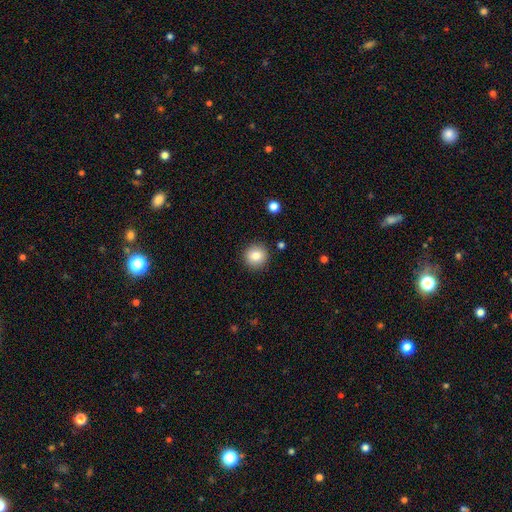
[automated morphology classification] This appears to be a smooth galaxy with no disk features (84%) that is round (93%). Merging: none (90%).